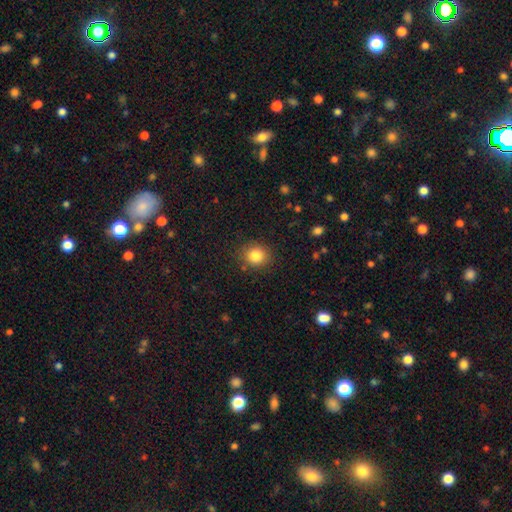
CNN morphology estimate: Smooth or featured: smooth — 84% (star or artifact — 10%)
How rounded: round — 79% (in between — 20%)
Merging: none — 86% (minor disturbance — 9%)